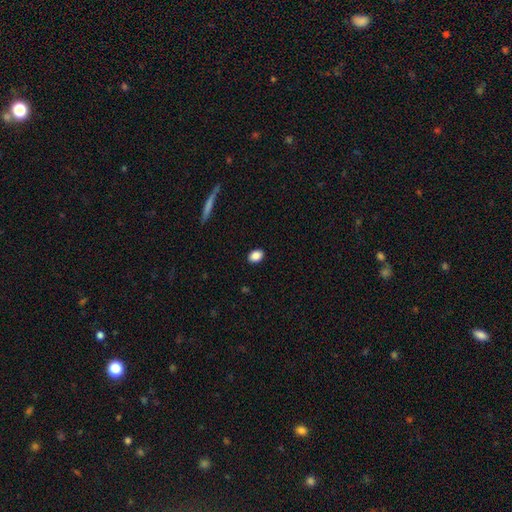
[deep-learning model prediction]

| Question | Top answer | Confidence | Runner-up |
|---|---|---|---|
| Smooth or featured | smooth | 88% | star or artifact (8%) |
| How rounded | in between | 75% | round (23%) |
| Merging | none | 89% | minor disturbance (8%) |